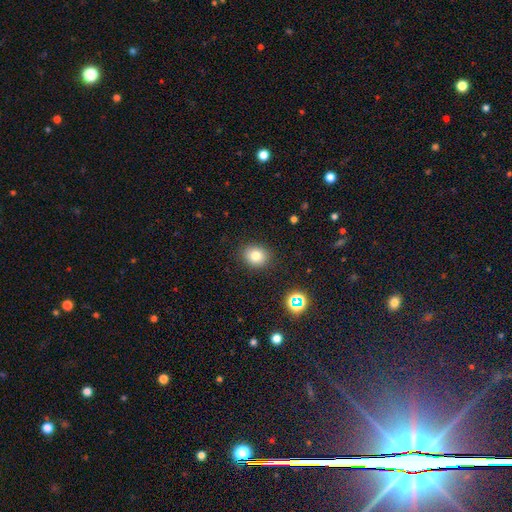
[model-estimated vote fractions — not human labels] Smooth or featured?
  - smooth: 79% *
  - star or artifact: 13%
  - featured or disk: 8%
How rounded?
  - round: 68% *
  - in between: 31%
  - cigar-shaped: 1%
Merging?
  - none: 88% *
  - minor disturbance: 8%
  - major disturbance: 2%
  - merger: 1%